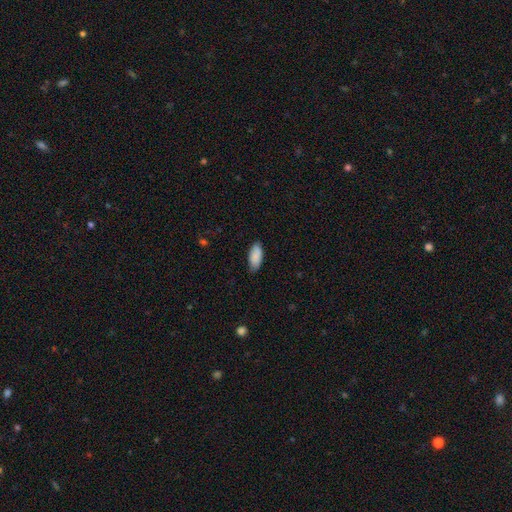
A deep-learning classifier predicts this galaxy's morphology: type=smooth (89%); roundness=in between (89%); merging=none (80%).